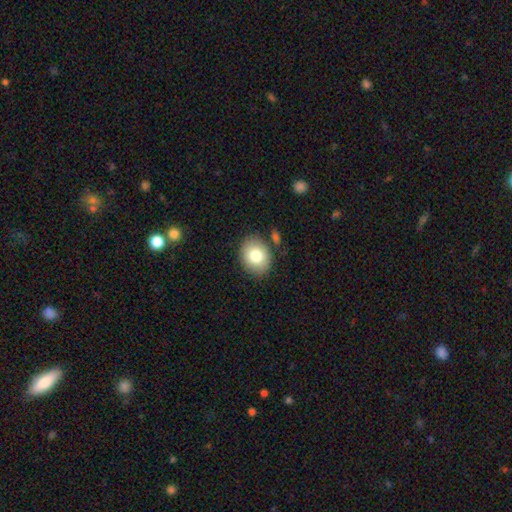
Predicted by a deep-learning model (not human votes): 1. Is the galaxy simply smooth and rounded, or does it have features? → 80% smooth, 12% featured or disk, 8% star or artifact.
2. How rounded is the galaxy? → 55% in between, 44% round, 1% cigar-shaped.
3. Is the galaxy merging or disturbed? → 80% none, 12% minor disturbance, 5% merger, 3% major disturbance.